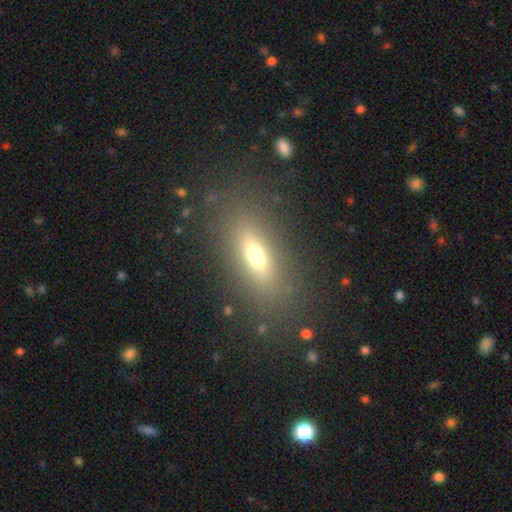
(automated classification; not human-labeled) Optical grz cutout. It shows a smooth galaxy with no disk features (61%) that is in between round and cigar-shaped (63%). Merging: none (83%).